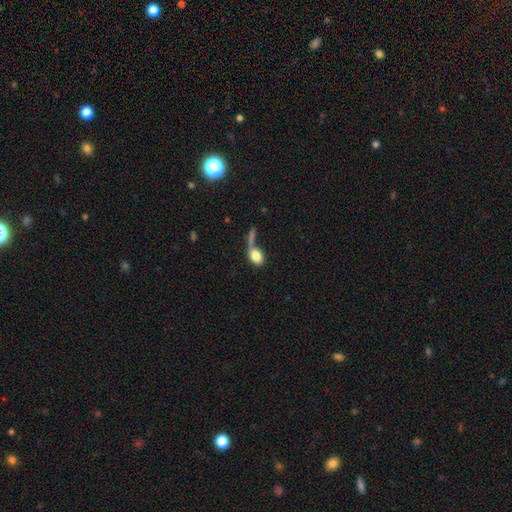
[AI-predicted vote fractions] smooth 80%, featured or disk 13%, star or artifact 7%. Down the decision tree: how rounded — in between (80%); merging — merger (33%).